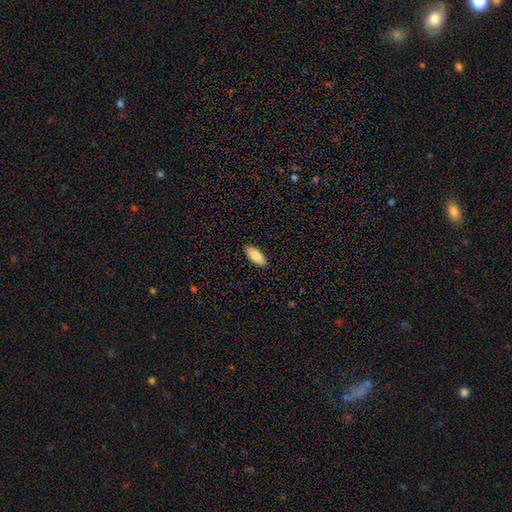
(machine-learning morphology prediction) smooth_or_featured: smooth (p=0.82) [alt: featured or disk p=0.12]
how_rounded: in between (p=0.79) [alt: cigar-shaped p=0.19]
merging: none (p=0.89) [alt: minor disturbance p=0.09]